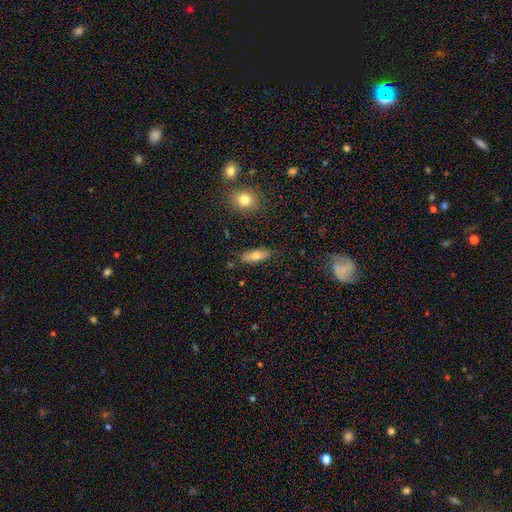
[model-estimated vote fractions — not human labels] This is likely a smooth galaxy (68%). How rounded: likely in between (63%). Merging: clearly none (85%).